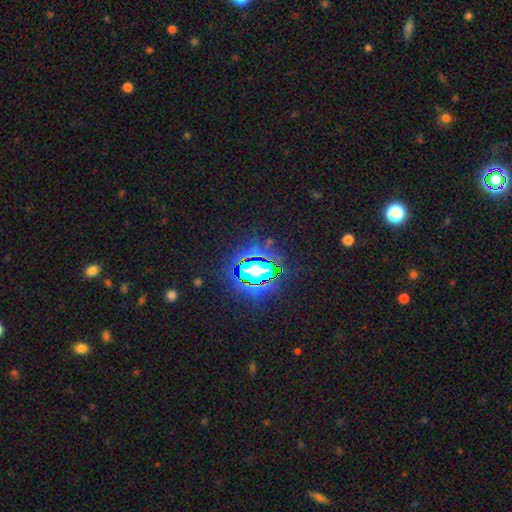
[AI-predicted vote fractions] Smooth or featured? Predicted: star or artifact (p=0.84).